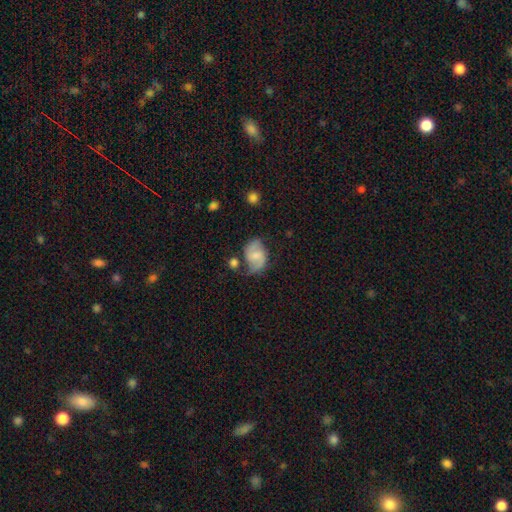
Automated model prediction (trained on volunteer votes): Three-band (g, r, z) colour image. It shows a featured or disk galaxy (69%) with a weak bar (52%), 2 (89%) medium (49%) spiral arms (92%) and a small central bulge (40%). Merging: none (64%).